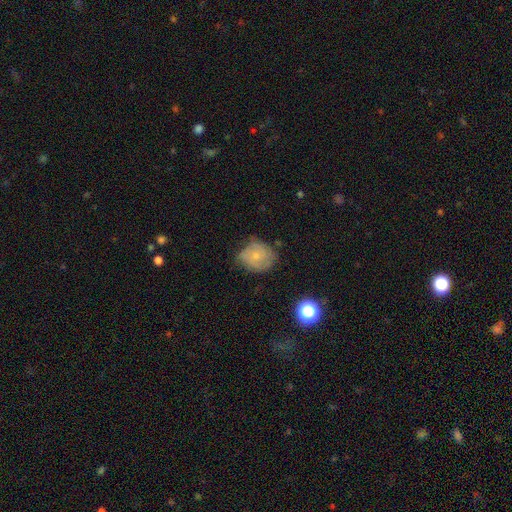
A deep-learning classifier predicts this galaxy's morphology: smooth_or_featured: smooth (p=0.58) [alt: featured or disk p=0.32]
how_rounded: round (p=0.70) [alt: in between p=0.29]
merging: none (p=0.52) [alt: minor disturbance p=0.35]